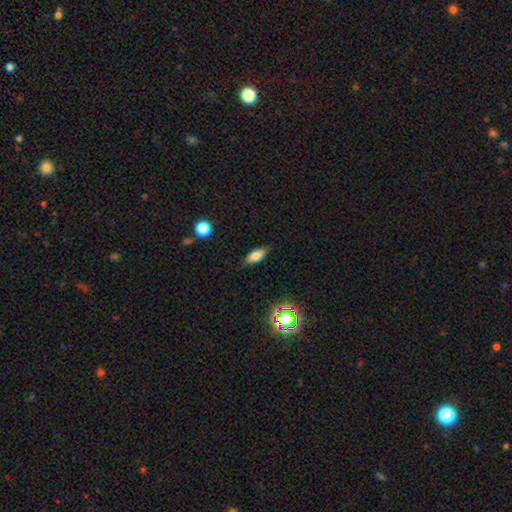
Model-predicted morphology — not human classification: smooth 71%, featured or disk 19%, star or artifact 11%. Down the decision tree: how rounded — in between (74%); merging — none (82%).